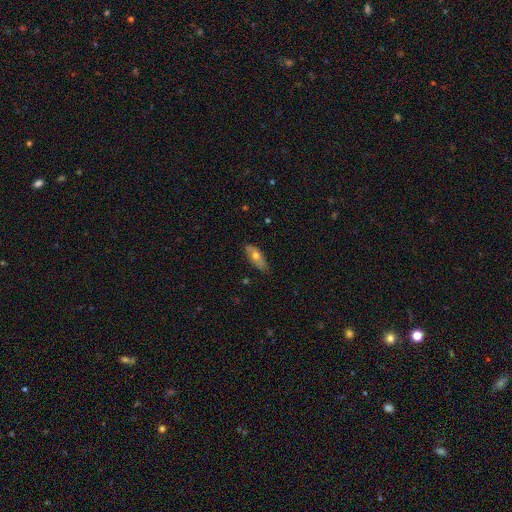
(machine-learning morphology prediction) A smooth galaxy with no disk features (62%) that is in between round and cigar-shaped (72%). Merging: none (78%).